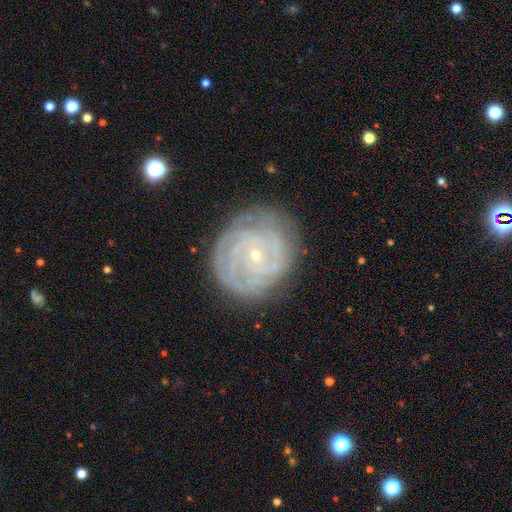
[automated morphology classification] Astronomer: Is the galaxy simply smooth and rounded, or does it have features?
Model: featured or disk — 84%.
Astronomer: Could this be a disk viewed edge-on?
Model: no — 97%.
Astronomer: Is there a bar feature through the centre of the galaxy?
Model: no — 70%.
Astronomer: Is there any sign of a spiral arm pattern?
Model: yes — 95%.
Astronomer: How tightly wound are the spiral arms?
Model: tight — 80%.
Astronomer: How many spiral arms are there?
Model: can't tell — 31% (runner-up: 3, 19%).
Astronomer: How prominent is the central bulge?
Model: small — 86%.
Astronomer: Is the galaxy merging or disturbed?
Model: none — 80%.